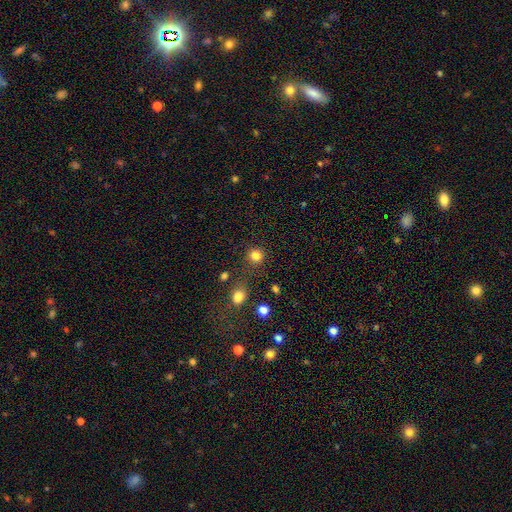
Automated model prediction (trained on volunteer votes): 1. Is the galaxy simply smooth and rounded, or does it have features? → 83% smooth, 13% star or artifact, 4% featured or disk.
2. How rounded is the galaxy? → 91% round, 8% in between, 1% cigar-shaped.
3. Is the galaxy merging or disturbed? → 81% none, 9% minor disturbance, 6% merger, 4% major disturbance.